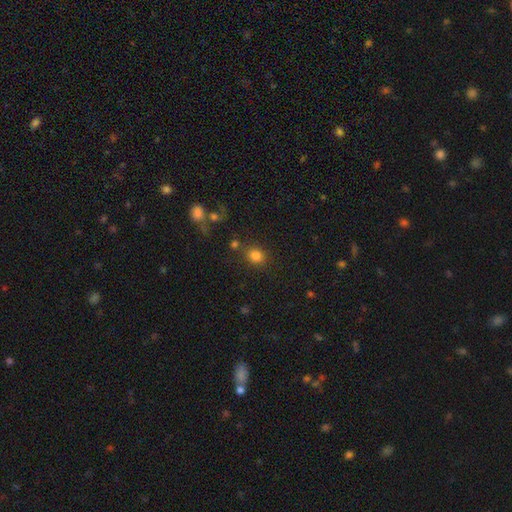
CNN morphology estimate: A smooth galaxy with no disk features (81%) that is round (72%). Merging: none (77%).